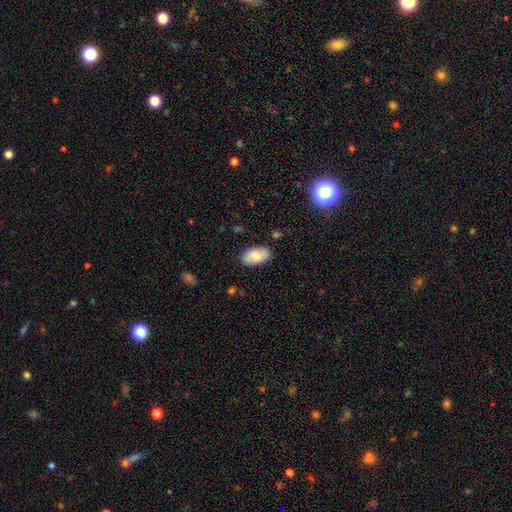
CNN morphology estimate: Smooth or featured? Predicted: smooth (p=0.76). How rounded? Predicted: in between (p=0.95). Merging? Predicted: none (p=0.85).